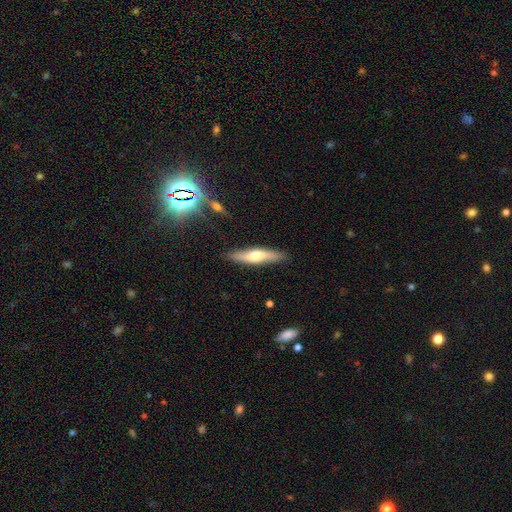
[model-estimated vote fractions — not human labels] This appears to be a smooth galaxy with no disk features (51%) that is cigar-shaped (79%). Merging: none (86%).